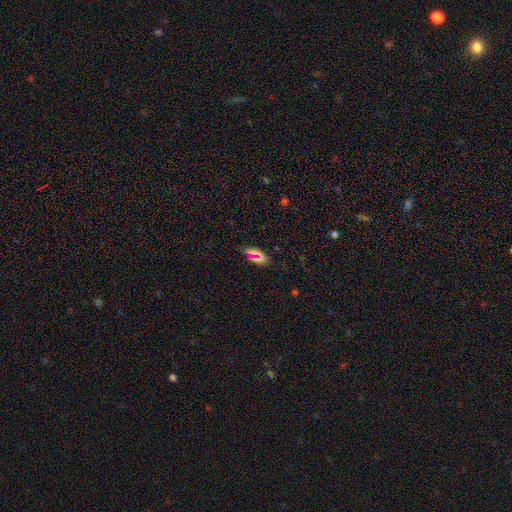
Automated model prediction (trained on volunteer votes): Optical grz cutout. It shows a smooth galaxy with no disk features (63%) that is in between round and cigar-shaped (80%). Merging: none (74%).